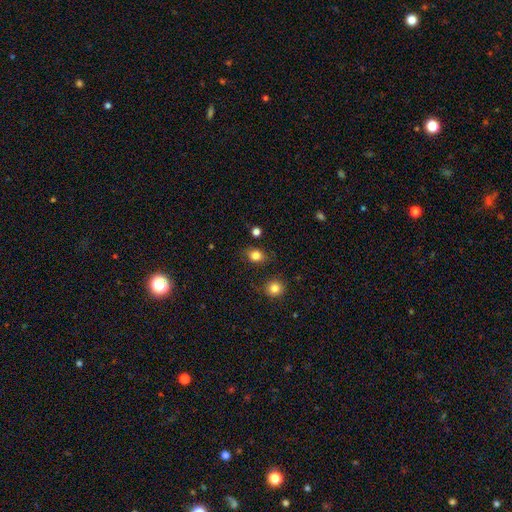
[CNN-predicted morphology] This is clearly a smooth galaxy (83%). How rounded: likely in between (63%). Merging: clearly none (81%).